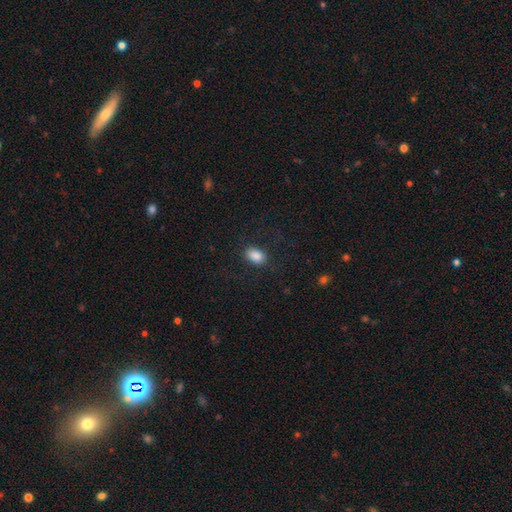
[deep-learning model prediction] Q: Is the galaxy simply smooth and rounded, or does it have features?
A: smooth — 87%.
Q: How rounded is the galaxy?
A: in between — 85%.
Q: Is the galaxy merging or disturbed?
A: none — 83%.